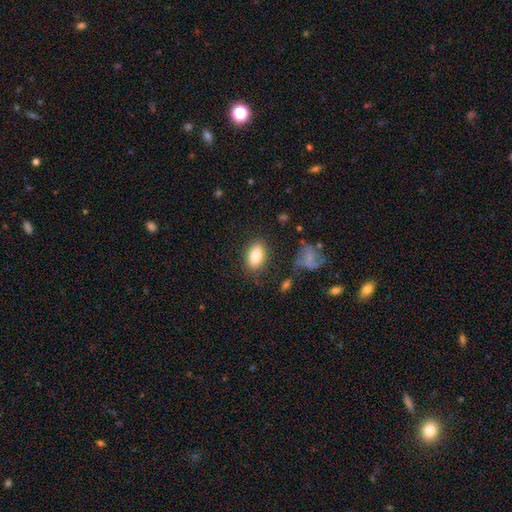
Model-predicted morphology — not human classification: smooth_or_featured: smooth (p=0.85) [alt: featured or disk p=0.08]
how_rounded: in between (p=0.90) [alt: round p=0.07]
merging: none (p=0.82) [alt: minor disturbance p=0.11]